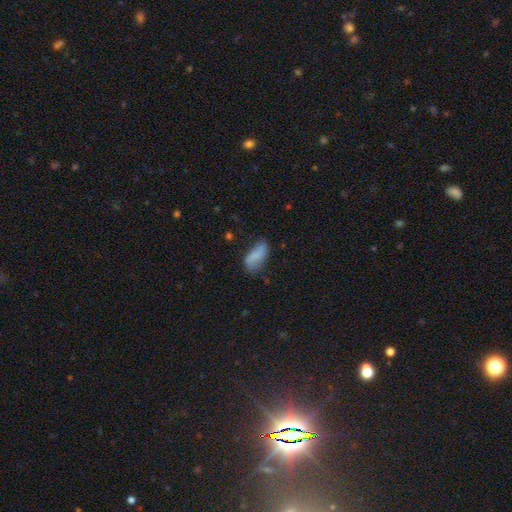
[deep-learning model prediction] The model was most divided on "merging": none: 55%, minor disturbance: 29%, major disturbance: 11%, merger: 5%. More confident: how rounded — in between (86%); smooth or featured — smooth (67%).